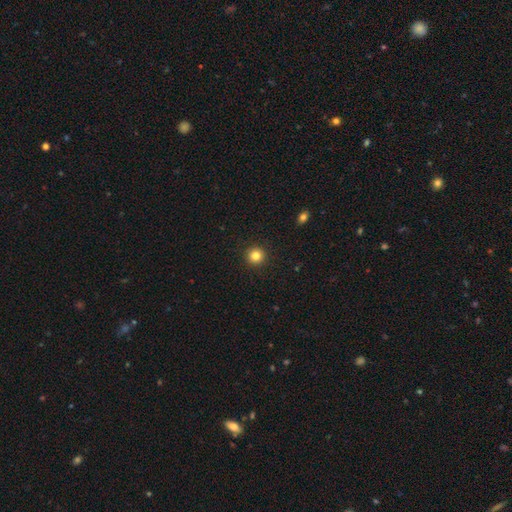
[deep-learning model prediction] This appears to be a smooth galaxy with no disk features (83%) that is round (95%). Merging: none (93%).